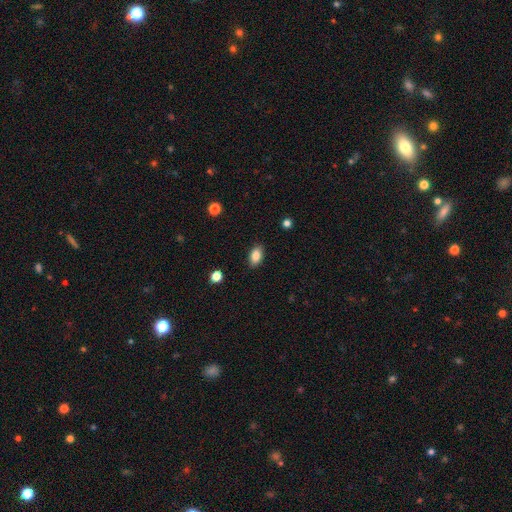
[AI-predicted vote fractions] Overall: smooth (85%). How rounded: in between (90%). Merging: none (88%).